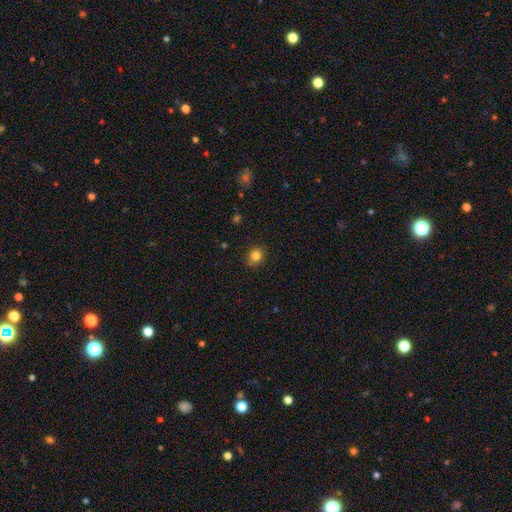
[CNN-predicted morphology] This appears to be a smooth galaxy with no disk features (83%) that is round (80%). Merging: none (84%).